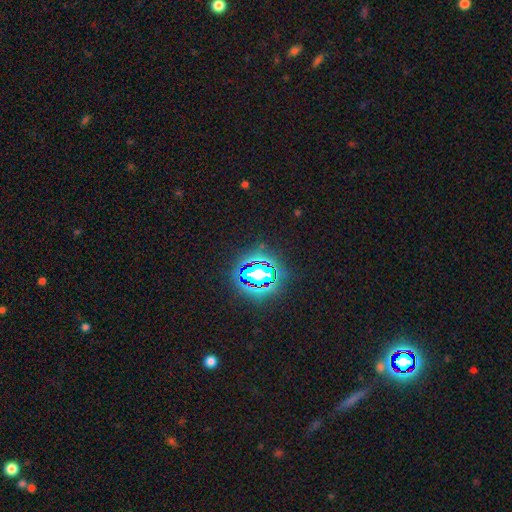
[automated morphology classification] Smooth or featured? star or artifact (80%)